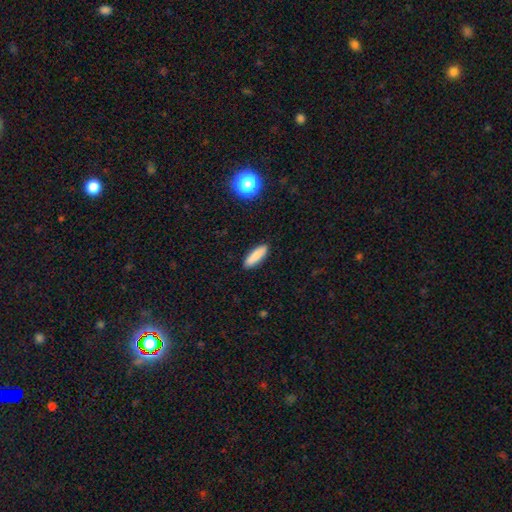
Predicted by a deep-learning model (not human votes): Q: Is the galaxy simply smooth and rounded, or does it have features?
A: smooth — 85%.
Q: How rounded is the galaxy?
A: cigar-shaped — 53%.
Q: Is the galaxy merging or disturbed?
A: none — 90%.